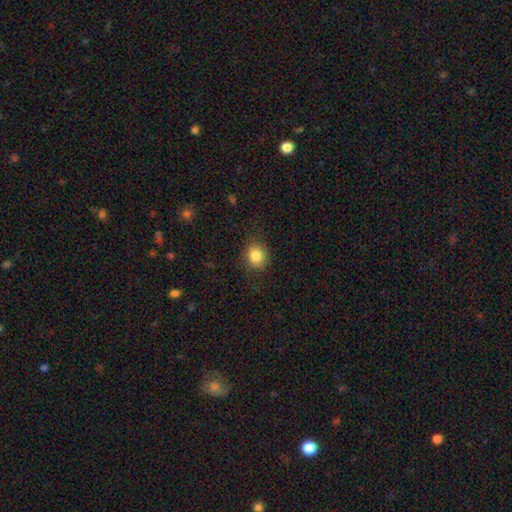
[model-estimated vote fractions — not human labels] smooth_or_featured: smooth (p=0.84) [alt: star or artifact p=0.10]
how_rounded: round (p=0.75) [alt: in between p=0.24]
merging: none (p=0.82) [alt: minor disturbance p=0.12]